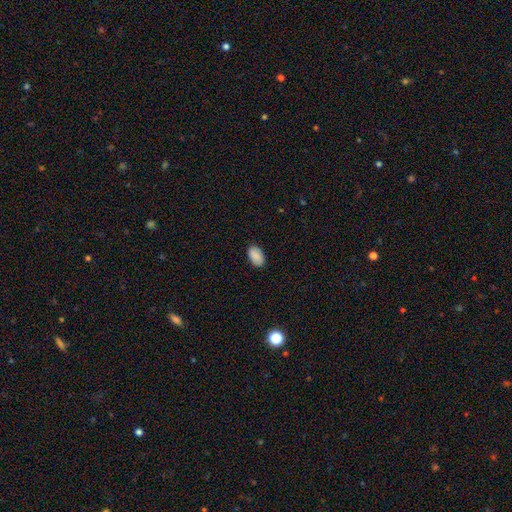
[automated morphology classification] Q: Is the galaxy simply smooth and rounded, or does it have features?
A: smooth — 88%.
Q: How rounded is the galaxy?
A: in between — 93%.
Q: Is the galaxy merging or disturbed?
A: none — 87%.